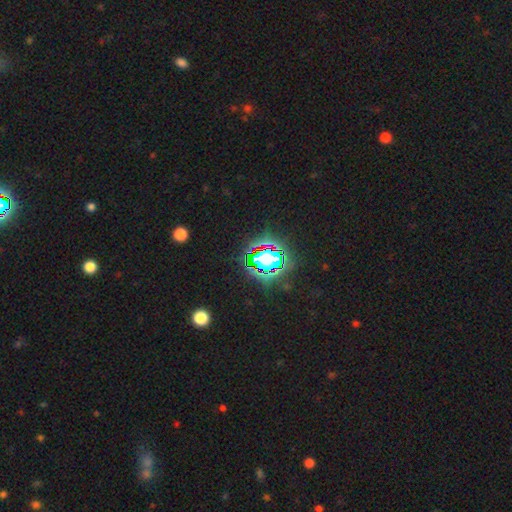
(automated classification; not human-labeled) smooth_or_featured: star or artifact (p=0.74) [alt: smooth p=0.16]